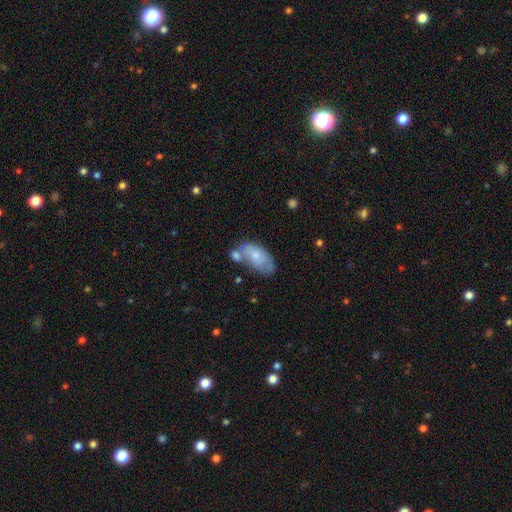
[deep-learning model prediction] The model was most divided on "merging": none: 40%, minor disturbance: 25%, merger: 25%, major disturbance: 10%. More confident: how rounded — in between (93%); smooth or featured — smooth (65%).